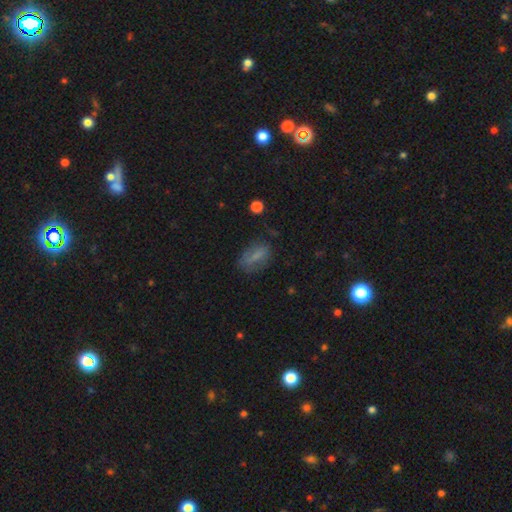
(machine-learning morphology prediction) Q: Smooth or featured?
A: smooth (66%); runner-up: featured or disk (22%)
Q: How rounded?
A: in between (80%); runner-up: cigar-shaped (12%)
Q: Merging?
A: none (61%); runner-up: minor disturbance (25%)